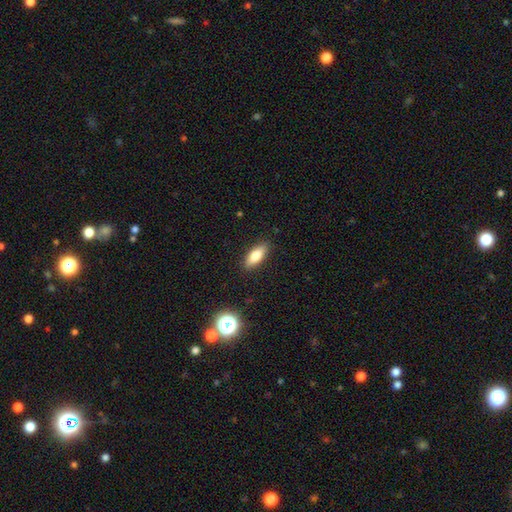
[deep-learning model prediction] A smooth galaxy with no disk features (74%) that is in between round and cigar-shaped (71%). Merging: none (88%).